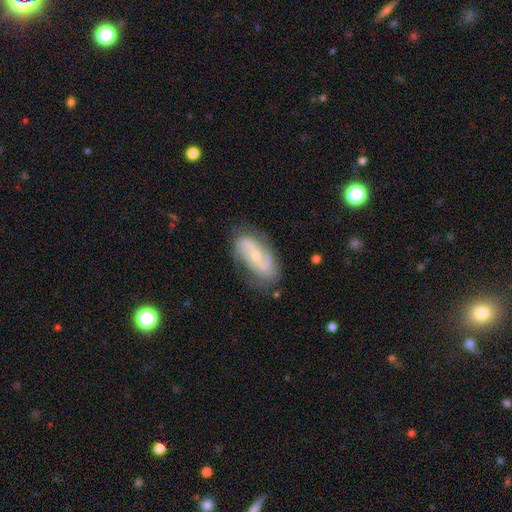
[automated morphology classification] A featured or disk galaxy (83%) with a weak bar (39%), 2 (86%) medium (43%) spiral arms (93%) and a small central bulge (59%).

Vote fractions:
- Smooth or featured? featured or disk: 83% / smooth: 11% / star or artifact: 6%
- Edge-on disk? no: 95% / yes: 5%
- Bar? weak: 39% / no: 31% / strong: 30%
- Spiral arms? yes: 93% / no: 7%
- Spiral winding? medium: 43% / loose: 31% / tight: 25%
- Spiral arm count? 2: 86% / can't tell: 7% / 3: 2% / 1: 2% / 4: 1% / more than 4: 1%
- Bulge size? small: 59% / moderate: 37% / none: 2% / large: 1% / dominant: 1%
- Merging? none: 76% / minor disturbance: 17% / major disturbance: 5% / merger: 2%